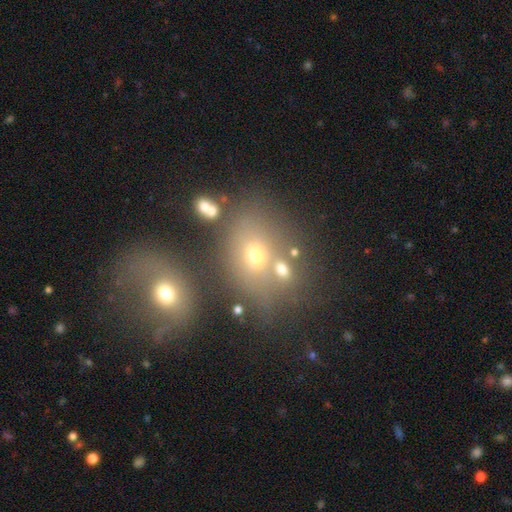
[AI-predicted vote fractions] This appears to be a smooth galaxy with no disk features (55%) that is round (51%). Merging: merger (44%).